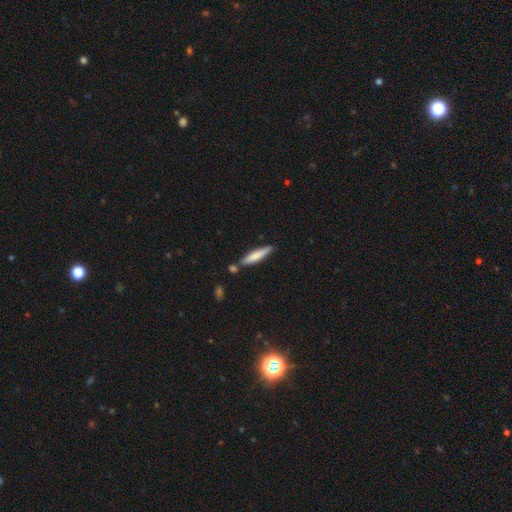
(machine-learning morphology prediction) A smooth galaxy with no disk features (69%) that is cigar-shaped (88%). Merging: none (76%).